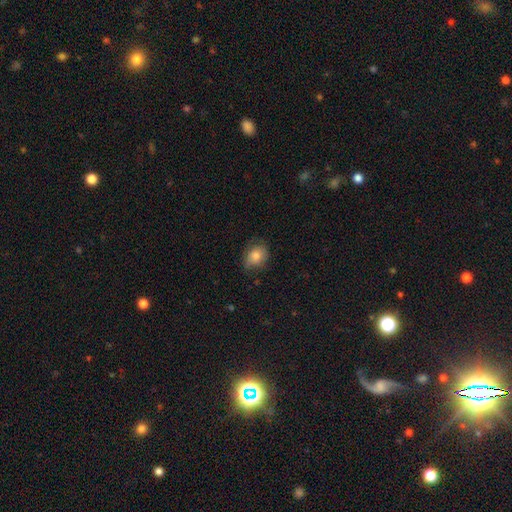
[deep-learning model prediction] Morphology: type=smooth (77%); roundness=round (50%); merging=none (62%).